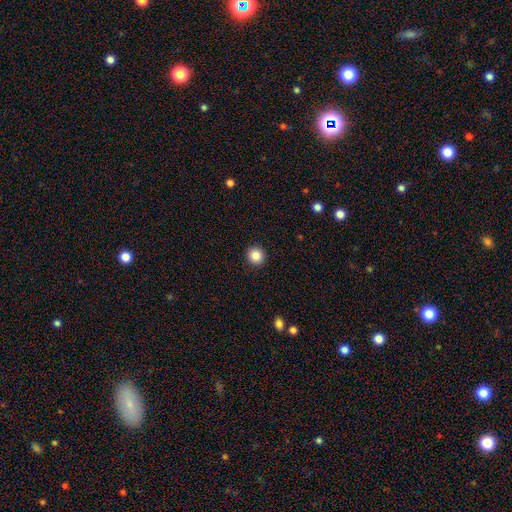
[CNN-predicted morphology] This appears to be a smooth galaxy with no disk features (86%) that is round (93%). Merging: none (93%).